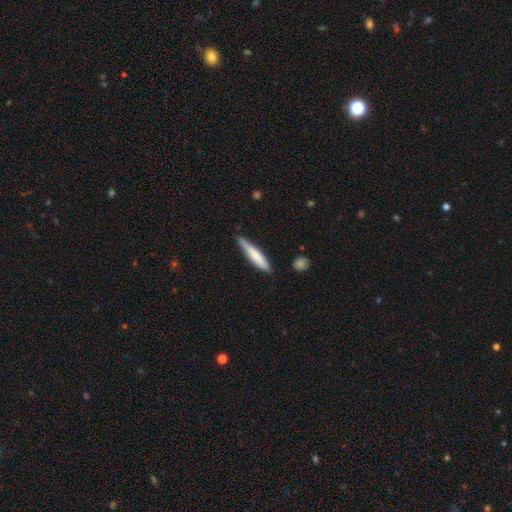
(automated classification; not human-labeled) Overall: smooth (67%; featured or disk 28%). How rounded: cigar-shaped (88%). Merging: none (73%).